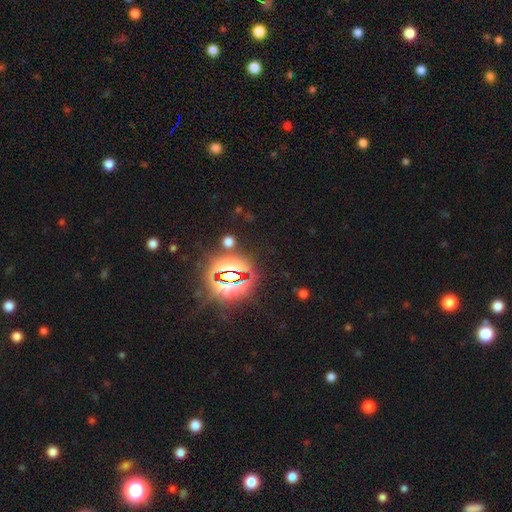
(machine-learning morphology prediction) Smooth or featured? Predicted: star or artifact (p=0.82).